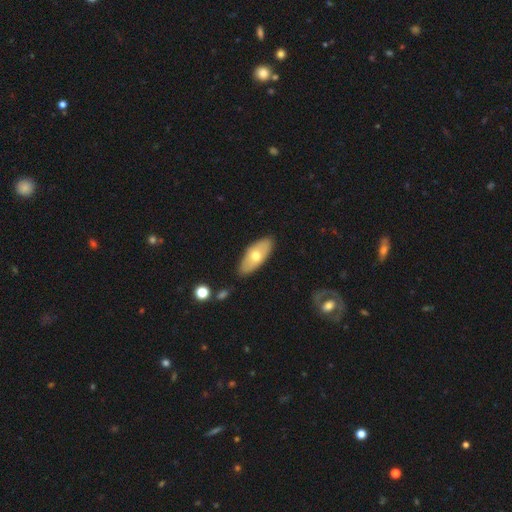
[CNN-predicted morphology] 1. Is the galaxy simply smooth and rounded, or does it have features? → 58% smooth, 36% featured or disk, 6% star or artifact.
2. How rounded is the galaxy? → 85% in between, 12% cigar-shaped, 3% round.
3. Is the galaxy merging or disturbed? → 85% none, 11% minor disturbance, 2% major disturbance, 2% merger.